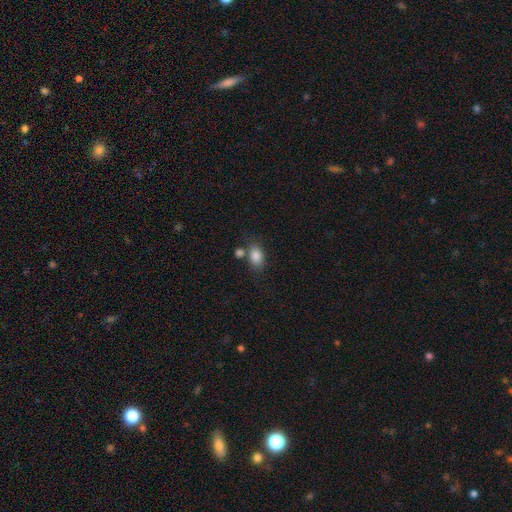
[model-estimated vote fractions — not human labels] This appears to be a smooth galaxy with no disk features (84%) that is in between round and cigar-shaped (82%). Merging: none (62%).